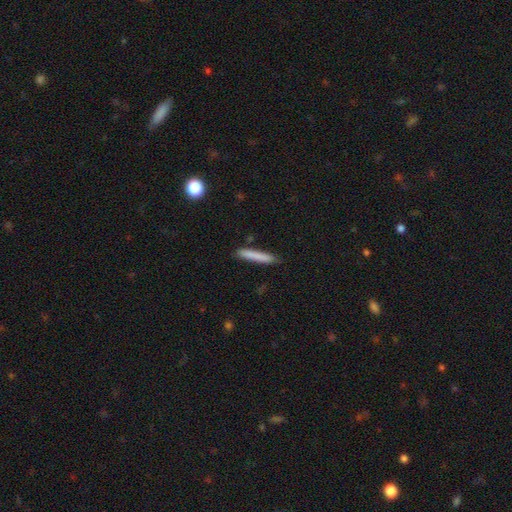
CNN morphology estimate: smooth 80%, featured or disk 14%, star or artifact 6%. Down the decision tree: how rounded — cigar-shaped (95%); merging — none (86%).